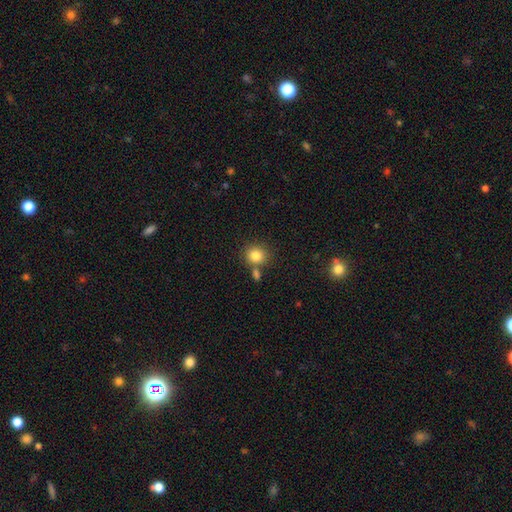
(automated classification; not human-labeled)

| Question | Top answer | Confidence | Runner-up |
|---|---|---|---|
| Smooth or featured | smooth | 83% | star or artifact (10%) |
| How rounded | round | 83% | in between (16%) |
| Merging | none | 68% | merger (19%) |